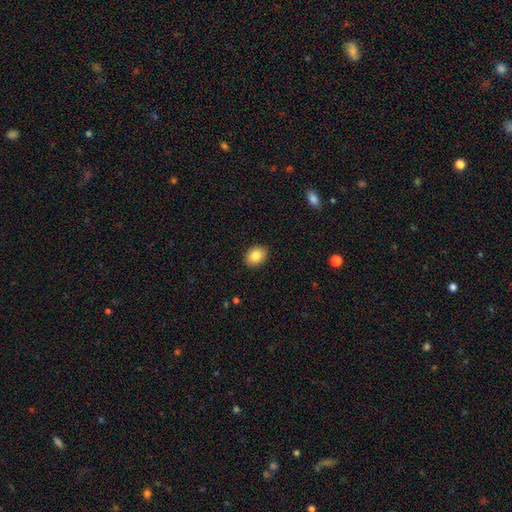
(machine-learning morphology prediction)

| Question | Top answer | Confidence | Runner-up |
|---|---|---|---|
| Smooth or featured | smooth | 85% | star or artifact (8%) |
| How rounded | in between | 68% | round (31%) |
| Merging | none | 90% | minor disturbance (7%) |